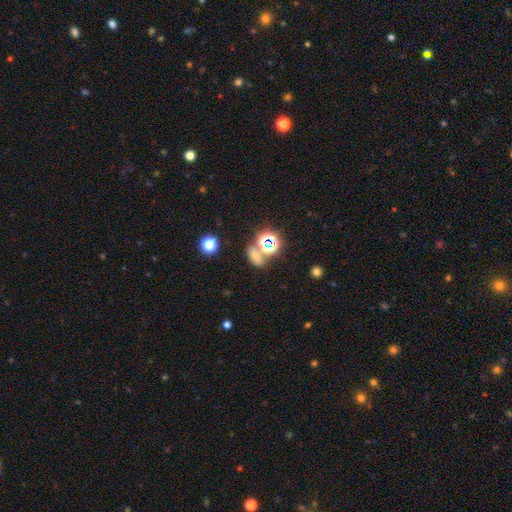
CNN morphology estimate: Overall: smooth (50%; star or artifact 39%). How rounded: in between (61%; round 34%). Merging: none (59%; merger 21%).